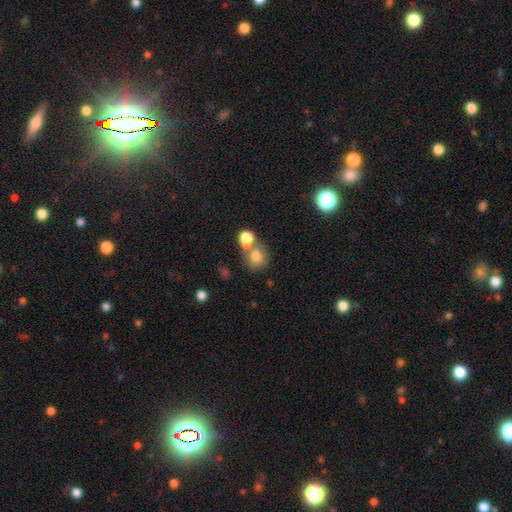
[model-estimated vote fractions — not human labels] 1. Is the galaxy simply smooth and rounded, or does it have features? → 77% smooth, 13% featured or disk, 10% star or artifact.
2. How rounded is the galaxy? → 74% round, 25% in between, 1% cigar-shaped.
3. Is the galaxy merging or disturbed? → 49% merger, 36% none, 10% minor disturbance, 5% major disturbance.